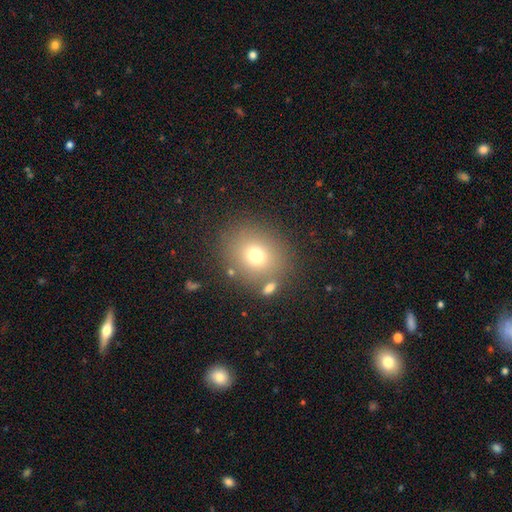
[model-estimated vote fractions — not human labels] Smooth or featured?
  - smooth: 72% *
  - star or artifact: 15%
  - featured or disk: 13%
How rounded?
  - round: 72% *
  - in between: 27%
  - cigar-shaped: 1%
Merging?
  - none: 77% *
  - minor disturbance: 10%
  - merger: 9%
  - major disturbance: 4%